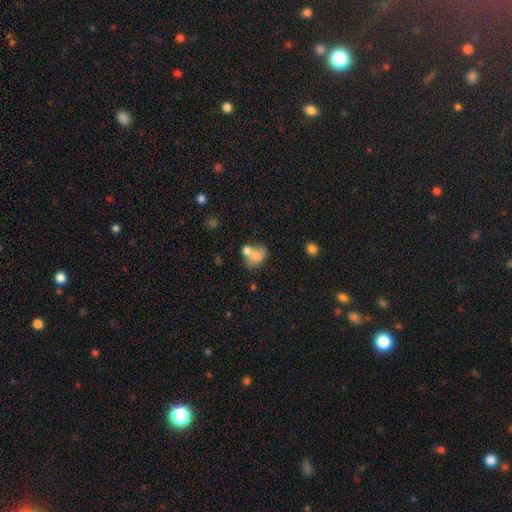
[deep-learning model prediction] This is likely a smooth galaxy (69%). How rounded: likely in between (68%). Merging: marginally none (38%).